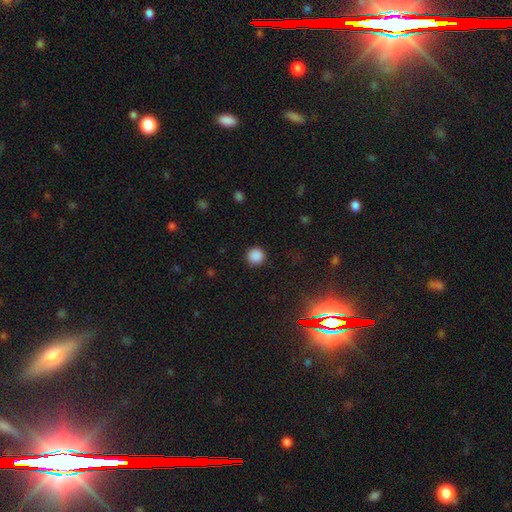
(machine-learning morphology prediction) Overall: smooth (86%). How rounded: round (95%). Merging: none (91%).